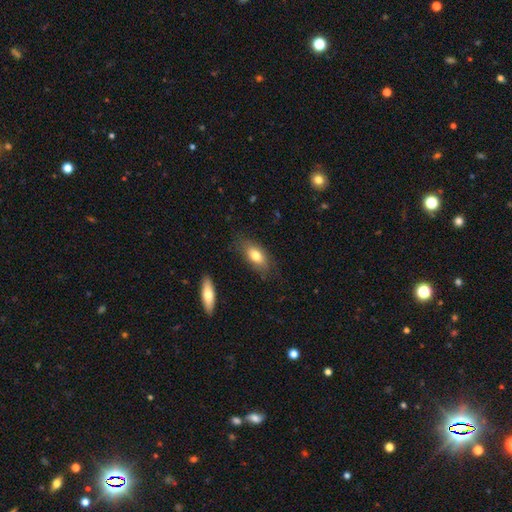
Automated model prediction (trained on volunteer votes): A smooth galaxy with no disk features (74%) that is in between round and cigar-shaped (86%).

Vote fractions:
- Smooth or featured? smooth: 74% / featured or disk: 19% / star or artifact: 7%
- How rounded? in between: 86% / cigar-shaped: 9% / round: 5%
- Merging? none: 76% / minor disturbance: 17% / major disturbance: 5% / merger: 2%